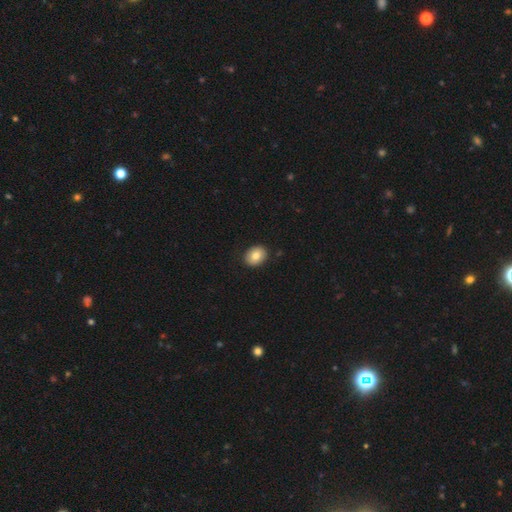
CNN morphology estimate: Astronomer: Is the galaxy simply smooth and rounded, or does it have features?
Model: smooth — 82%.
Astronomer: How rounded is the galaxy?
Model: in between — 62% (runner-up: round, 37%).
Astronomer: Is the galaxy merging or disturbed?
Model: none — 89%.